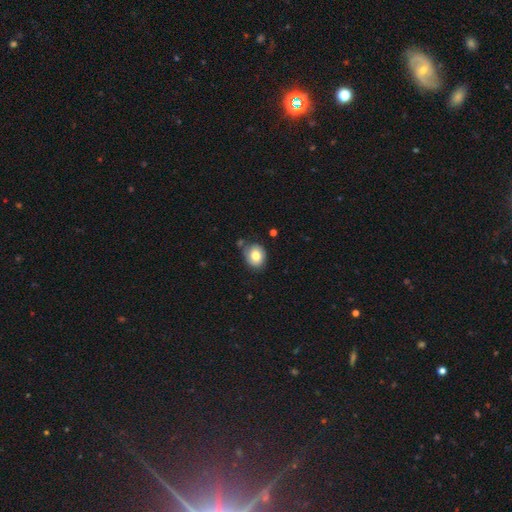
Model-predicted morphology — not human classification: Smooth or featured? Predicted: smooth (p=0.80). How rounded? Predicted: round (p=0.56). Merging? Predicted: none (p=0.73).